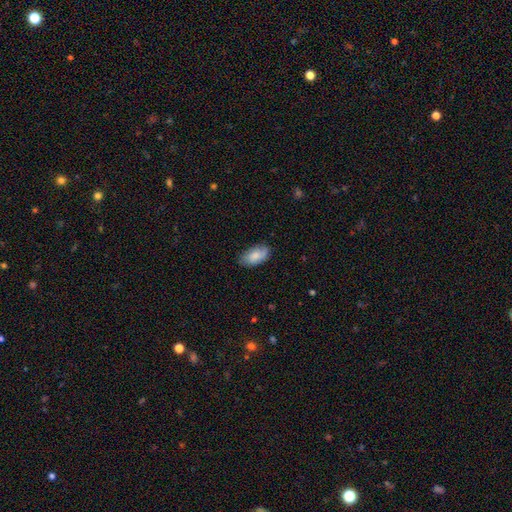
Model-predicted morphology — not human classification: Q: Smooth or featured?
A: smooth (77%); runner-up: featured or disk (17%)
Q: How rounded?
A: in between (93%); runner-up: round (4%)
Q: Merging?
A: none (78%); runner-up: minor disturbance (18%)